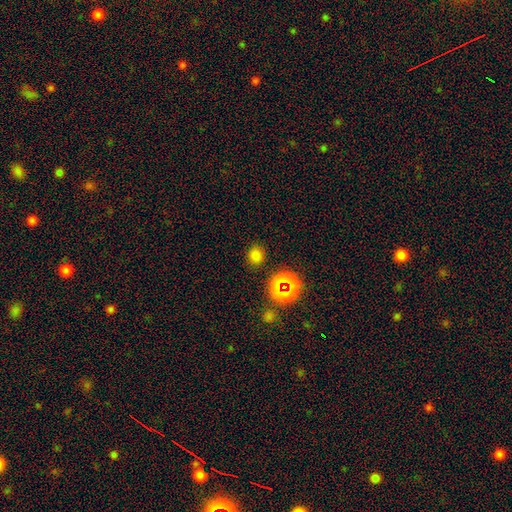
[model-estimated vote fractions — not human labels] This is likely a smooth galaxy (72%). How rounded: likely round (73%). Merging: clearly none (86%).